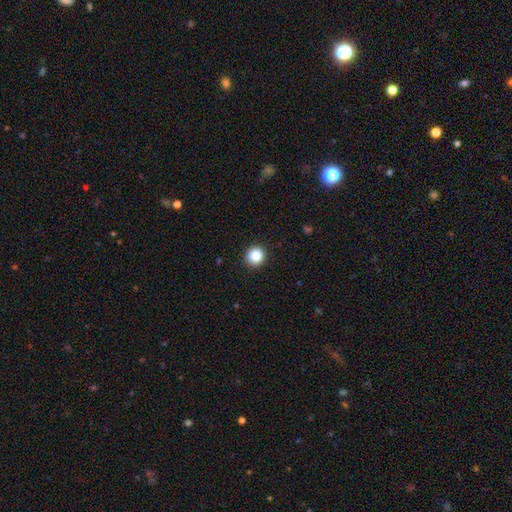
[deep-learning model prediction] Smooth or featured? Predicted: smooth (p=0.87). How rounded? Predicted: round (p=0.94). Merging? Predicted: none (p=0.92).